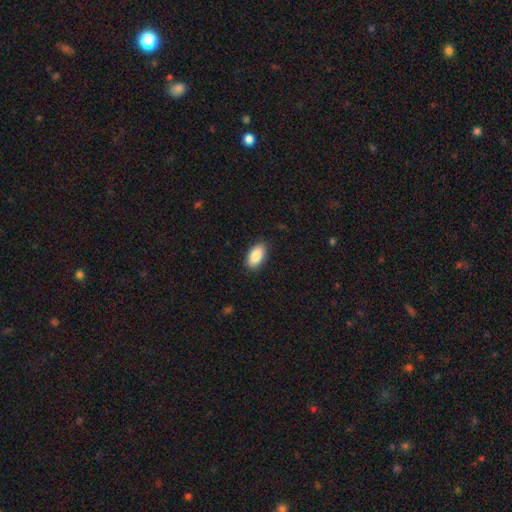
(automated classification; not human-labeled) A smooth galaxy with no disk features (88%) that is in between round and cigar-shaped (93%).

Vote fractions:
- Smooth or featured? smooth: 88% / star or artifact: 7% / featured or disk: 6%
- How rounded? in between: 93% / cigar-shaped: 4% / round: 3%
- Merging? none: 87% / minor disturbance: 10% / major disturbance: 2% / merger: 1%